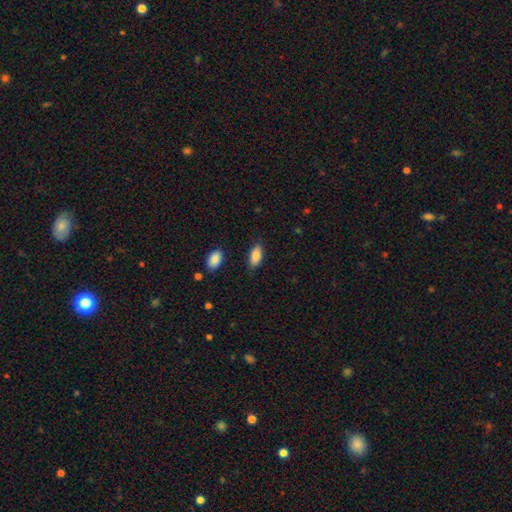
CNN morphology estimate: smooth-or-featured: smooth: 86% | featured or disk: 7% | star or artifact: 7%
  how-rounded: in between: 88% | cigar-shaped: 10% | round: 2%
  merging: none: 82% | minor disturbance: 13% | major disturbance: 3% | merger: 2%